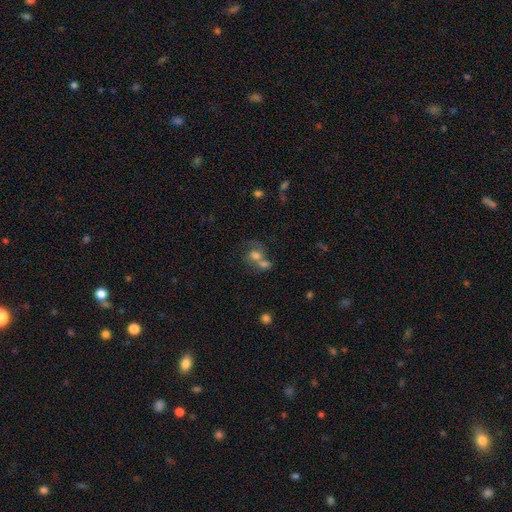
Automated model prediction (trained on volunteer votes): Smooth or featured? Predicted: smooth (p=0.61). How rounded? Predicted: round (p=0.56). Merging? Predicted: merger (p=0.63).